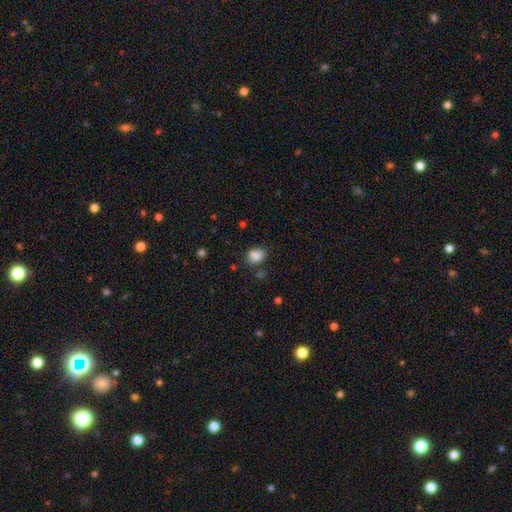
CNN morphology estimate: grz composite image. It shows a smooth galaxy with no disk features (85%) that is in between round and cigar-shaped (66%). Merging: none (68%).